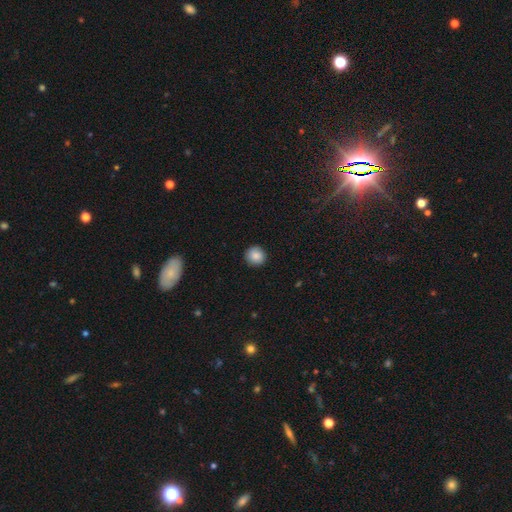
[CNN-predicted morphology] smooth_or_featured: smooth (p=0.87) [alt: star or artifact p=0.09]
how_rounded: round (p=0.92) [alt: in between p=0.07]
merging: none (p=0.91) [alt: minor disturbance p=0.06]